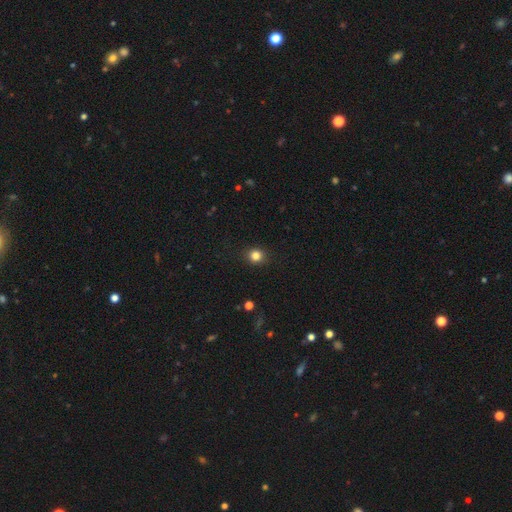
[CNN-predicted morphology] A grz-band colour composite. It shows a smooth galaxy with no disk features (83%) that is round (84%). Merging: none (90%).